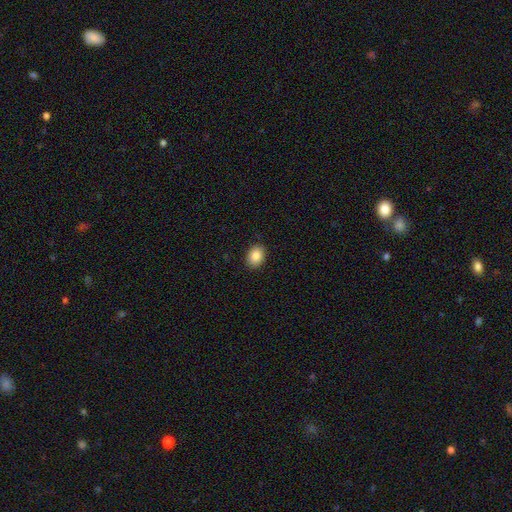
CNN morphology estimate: Q: Smooth or featured?
A: smooth (88%); runner-up: star or artifact (8%)
Q: How rounded?
A: in between (67%); runner-up: round (32%)
Q: Merging?
A: none (90%); runner-up: minor disturbance (8%)